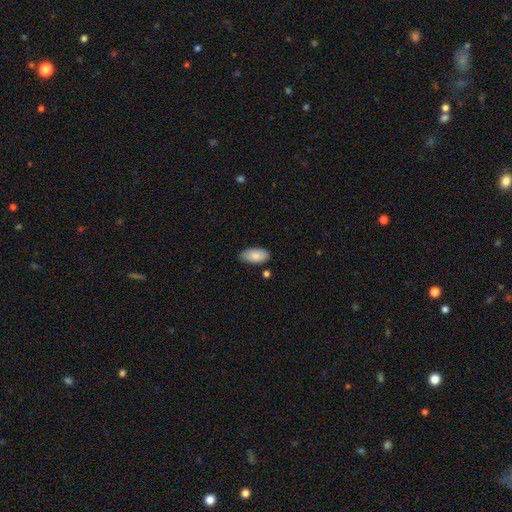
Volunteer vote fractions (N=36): Smooth or featured? smooth (81%)
How rounded? in between (97%)
Merging? none (94%)